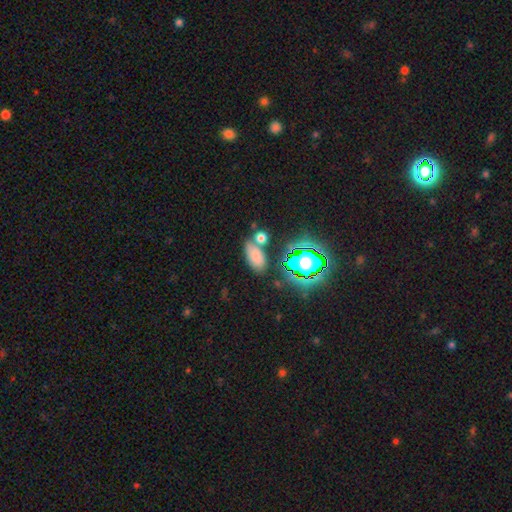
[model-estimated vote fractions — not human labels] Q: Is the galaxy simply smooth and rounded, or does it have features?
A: smooth — 70%.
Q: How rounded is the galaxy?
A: in between — 88%.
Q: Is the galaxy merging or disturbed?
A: none — 63%.